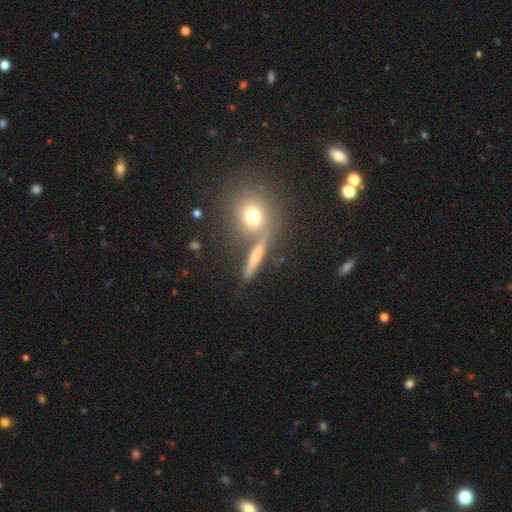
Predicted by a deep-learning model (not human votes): Smooth or featured?
  - smooth: 60% *
  - featured or disk: 26%
  - star or artifact: 14%
How rounded?
  - cigar-shaped: 53% *
  - round: 29%
  - in between: 18%
Merging?
  - none: 69% *
  - merger: 15%
  - minor disturbance: 11%
  - major disturbance: 5%